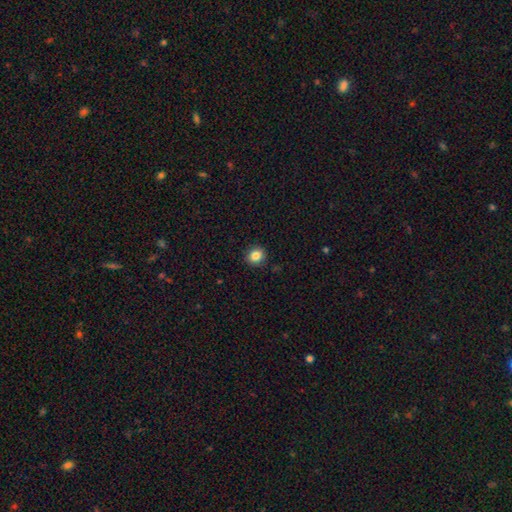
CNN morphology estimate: This is clearly a smooth galaxy (84%). How rounded: clearly round (81%). Merging: clearly none (90%).